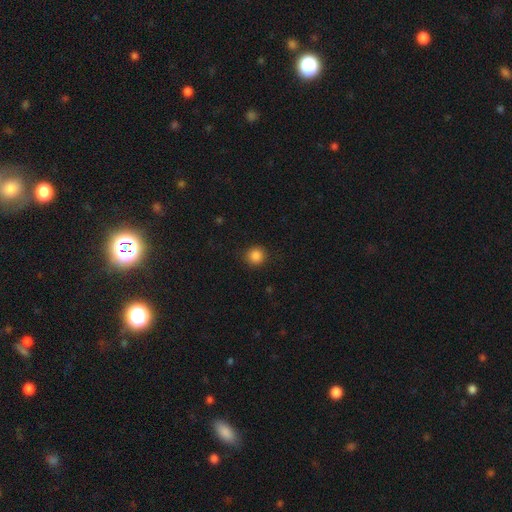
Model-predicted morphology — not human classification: Smooth or featured: smooth — 86% (star or artifact — 11%)
How rounded: round — 93% (in between — 6%)
Merging: none — 90% (minor disturbance — 7%)